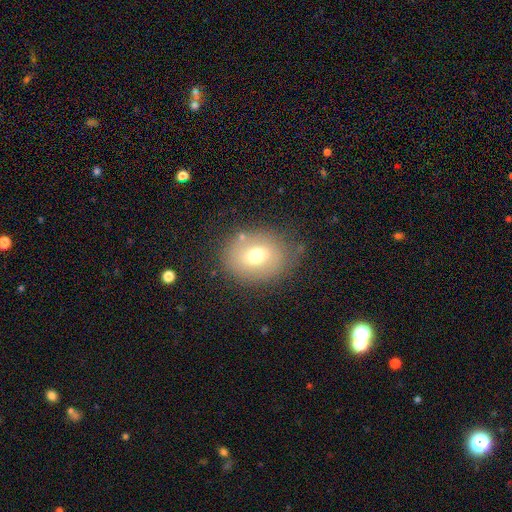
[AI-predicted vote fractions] This is likely a smooth galaxy (67%). How rounded: possibly round (51%). Merging: likely none (76%).